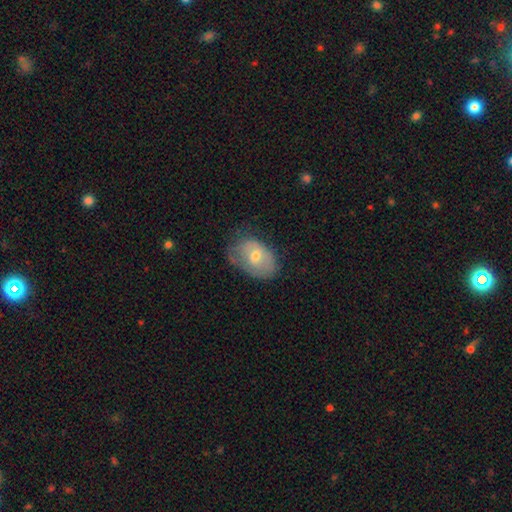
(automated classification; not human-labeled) Morphology: type=smooth (59%); roundness=in between (82%); merging=none (46%).